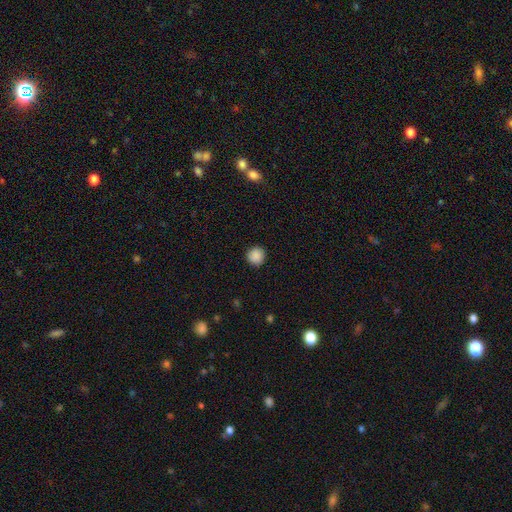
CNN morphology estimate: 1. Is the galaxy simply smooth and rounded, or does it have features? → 88% smooth, 9% star or artifact, 3% featured or disk.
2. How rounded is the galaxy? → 94% round, 5% in between, 1% cigar-shaped.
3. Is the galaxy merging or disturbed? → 90% none, 7% minor disturbance, 2% major disturbance, 1% merger.